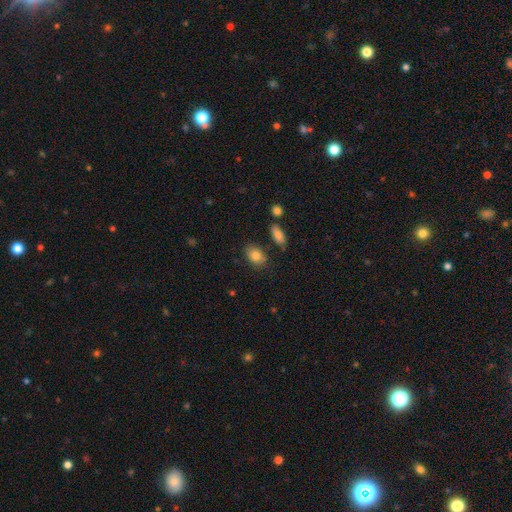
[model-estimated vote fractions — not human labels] A smooth galaxy with no disk features (83%) that is in between round and cigar-shaped (76%). Merging: none (79%).